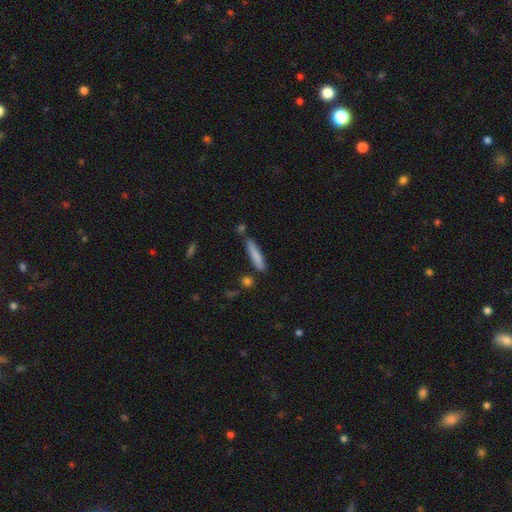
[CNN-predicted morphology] smooth 80%, featured or disk 14%, star or artifact 6%. Down the decision tree: how rounded — cigar-shaped (89%); merging — none (77%).